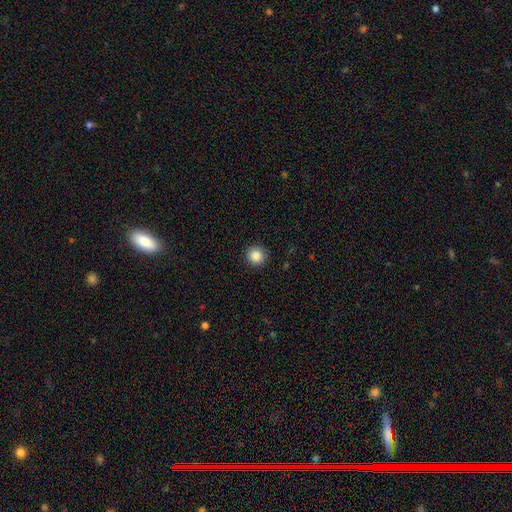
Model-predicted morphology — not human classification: This is clearly a smooth galaxy (87%). How rounded: clearly round (95%). Merging: clearly none (92%).